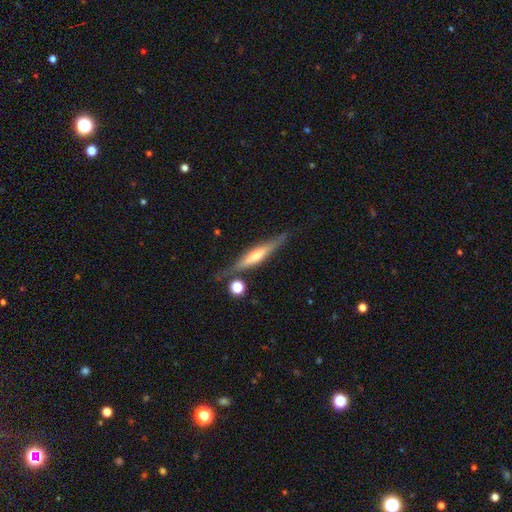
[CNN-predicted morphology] type=featured or disk (67%); edge-on=yes (94%); edge-on bulge=rounded (64%); merging=none (75%).